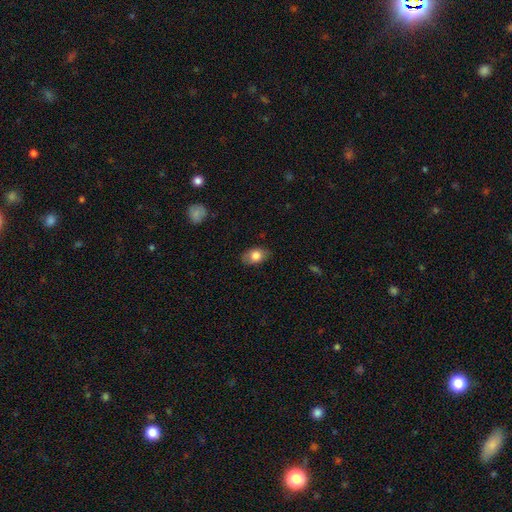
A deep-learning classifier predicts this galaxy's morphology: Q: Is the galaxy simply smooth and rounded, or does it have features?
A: smooth — 81%.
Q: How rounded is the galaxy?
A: in between — 86%.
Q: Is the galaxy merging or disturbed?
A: none — 82%.